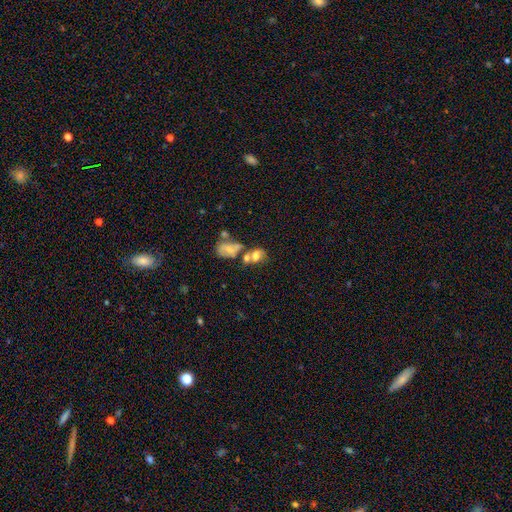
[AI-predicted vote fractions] smooth_or_featured: smooth (p=0.65) [alt: featured or disk p=0.22]
how_rounded: in between (p=0.59) [alt: round p=0.39]
merging: merger (p=0.48) [alt: none p=0.28]